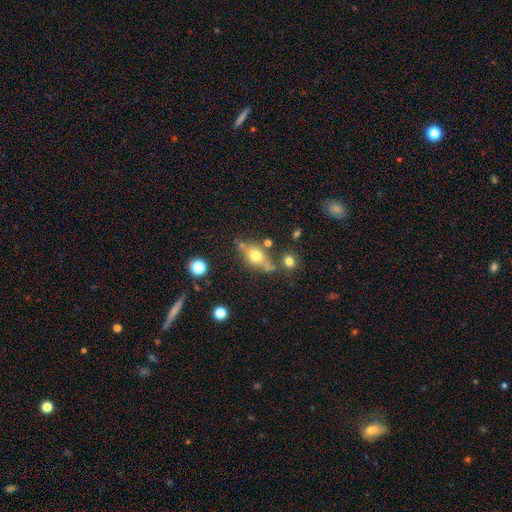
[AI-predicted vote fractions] smooth-or-featured: smooth: 54% | featured or disk: 35% | star or artifact: 12%
  how-rounded: in between: 65% | round: 20% | cigar-shaped: 14%
  merging: none: 63% | minor disturbance: 17% | merger: 13% | major disturbance: 7%